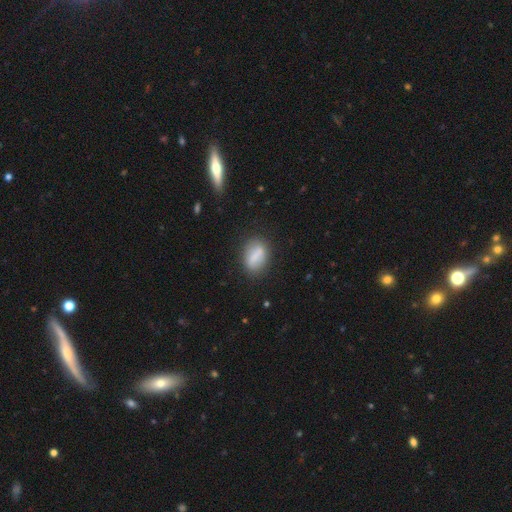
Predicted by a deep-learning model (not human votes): smooth 68%, featured or disk 23%, star or artifact 8%. Down the decision tree: how rounded — in between (75%); merging — none (76%).